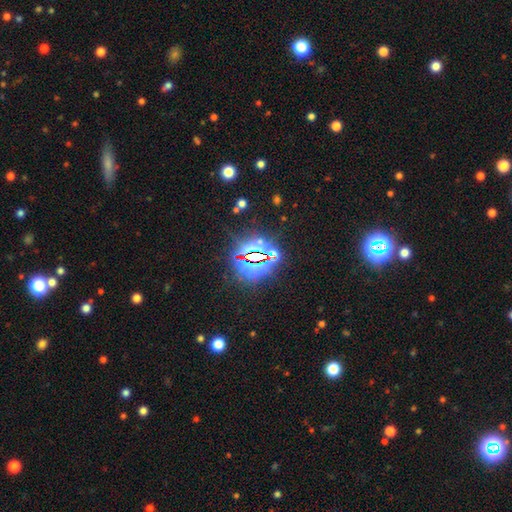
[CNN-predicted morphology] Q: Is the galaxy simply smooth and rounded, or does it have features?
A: star or artifact — 81%.